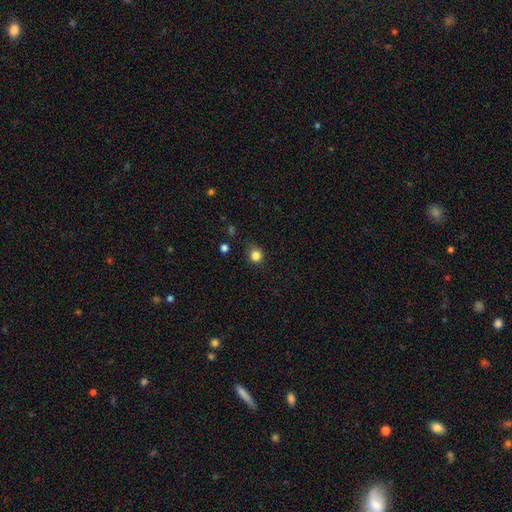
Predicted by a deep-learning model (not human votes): A smooth galaxy with no disk features (83%) that is round (84%). Merging: none (78%).